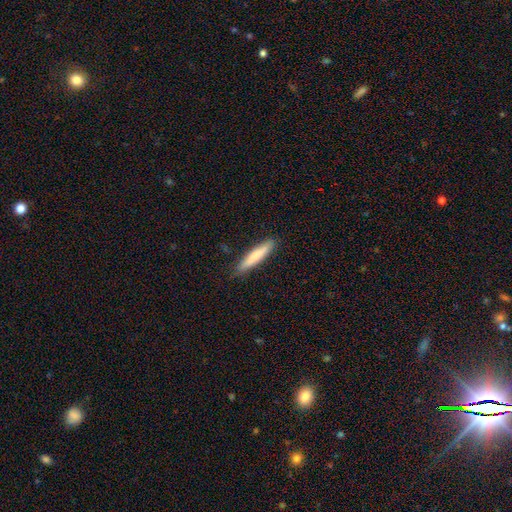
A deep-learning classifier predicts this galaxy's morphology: This appears to be a smooth galaxy with no disk features (75%) that is cigar-shaped (90%). Merging: none (88%).